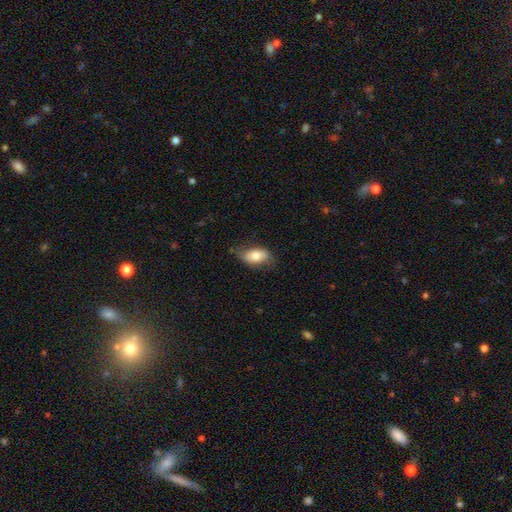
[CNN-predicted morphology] A smooth galaxy with no disk features (73%) that is in between round and cigar-shaped (91%).

Vote fractions:
- Smooth or featured? smooth: 73% / featured or disk: 20% / star or artifact: 7%
- How rounded? in between: 91% / round: 5% / cigar-shaped: 4%
- Merging? none: 66% / minor disturbance: 26% / major disturbance: 7% / merger: 1%